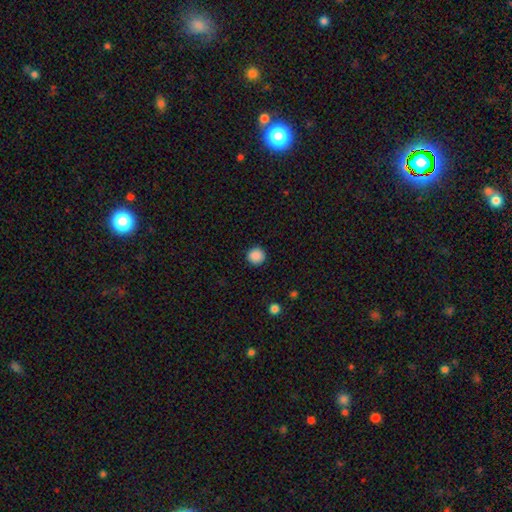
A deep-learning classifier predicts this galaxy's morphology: Smooth or featured?
  - smooth: 88% *
  - star or artifact: 9%
  - featured or disk: 2%
How rounded?
  - round: 94% *
  - in between: 5%
  - cigar-shaped: 1%
Merging?
  - none: 92% *
  - minor disturbance: 5%
  - major disturbance: 2%
  - merger: 1%